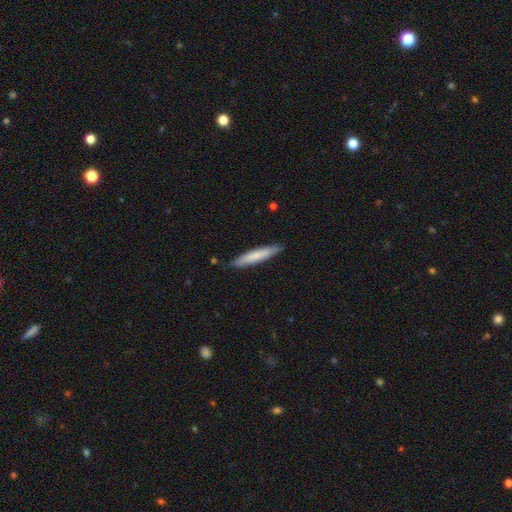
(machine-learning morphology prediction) This appears to be a smooth galaxy with no disk features (74%) that is cigar-shaped (92%). Merging: none (87%).